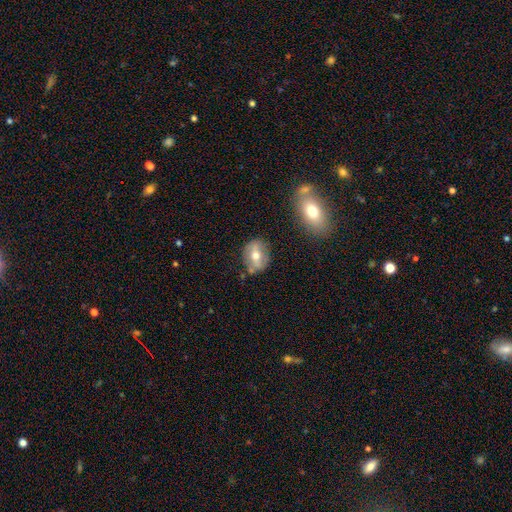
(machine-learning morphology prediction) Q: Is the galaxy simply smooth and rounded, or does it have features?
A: smooth — 46%, tied with featured or disk.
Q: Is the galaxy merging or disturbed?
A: none — 76%.